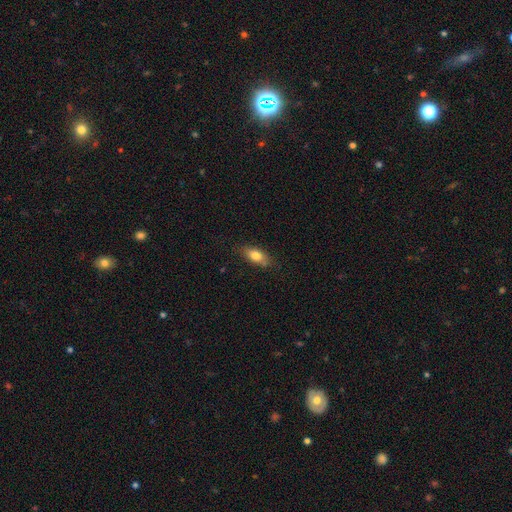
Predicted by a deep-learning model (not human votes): Overall: smooth (78%). How rounded: in between (81%). Merging: none (79%).